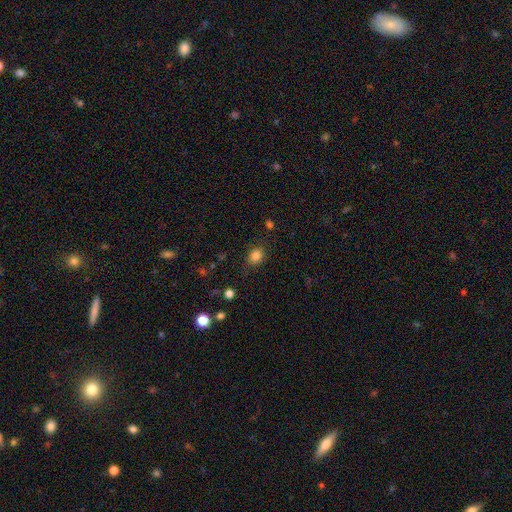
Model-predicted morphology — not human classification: Overall: smooth (83%). How rounded: round (50%; in between 49%). Merging: none (83%).